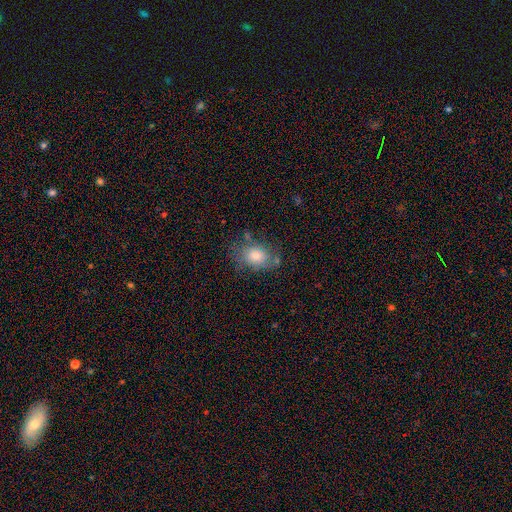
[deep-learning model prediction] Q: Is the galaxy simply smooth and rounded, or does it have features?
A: smooth — 78%.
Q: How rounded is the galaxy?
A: in between — 63%.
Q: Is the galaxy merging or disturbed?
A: none — 66%.